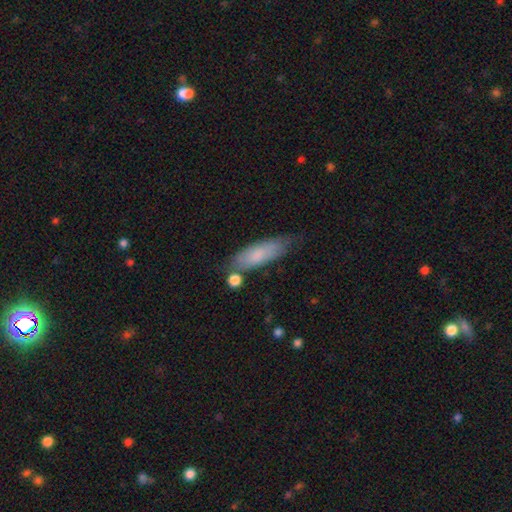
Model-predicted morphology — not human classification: type=smooth (76%); roundness=in between (51%); merging=none (64%).